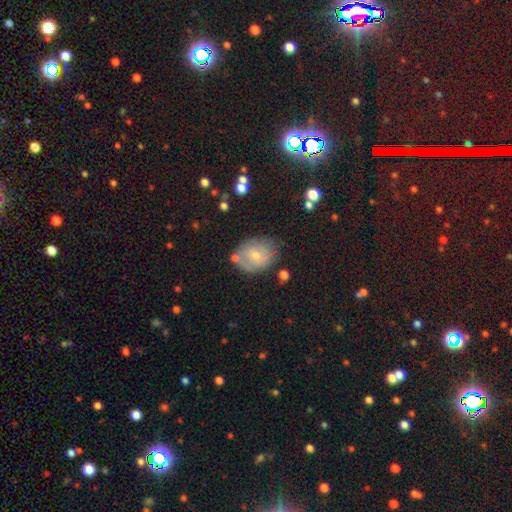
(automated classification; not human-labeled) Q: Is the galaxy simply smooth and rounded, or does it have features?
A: smooth — 54%.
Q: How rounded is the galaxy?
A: round — 50%.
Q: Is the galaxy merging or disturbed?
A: none — 61%.